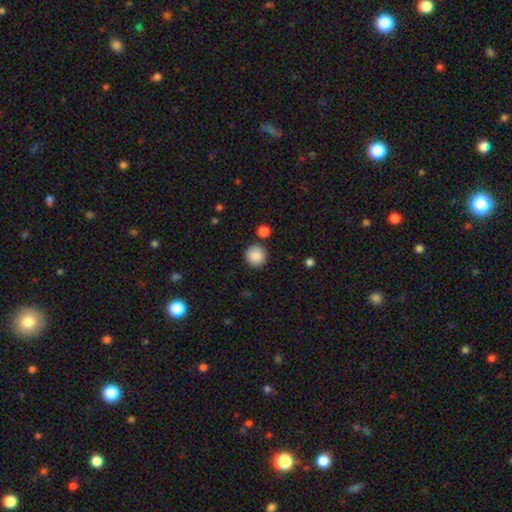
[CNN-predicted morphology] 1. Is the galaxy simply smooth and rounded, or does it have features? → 88% smooth, 8% star or artifact, 4% featured or disk.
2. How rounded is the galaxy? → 93% round, 6% in between, 1% cigar-shaped.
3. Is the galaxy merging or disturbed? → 87% none, 7% minor disturbance, 4% merger, 2% major disturbance.